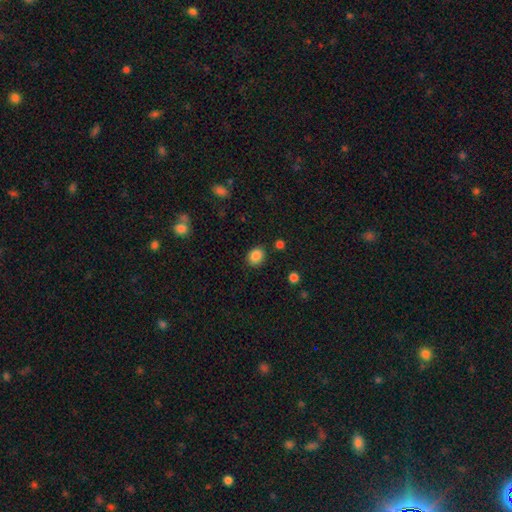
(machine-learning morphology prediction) Q: Smooth or featured?
A: smooth (86%); runner-up: star or artifact (10%)
Q: How rounded?
A: in between (51%); runner-up: round (48%)
Q: Merging?
A: none (83%); runner-up: minor disturbance (11%)